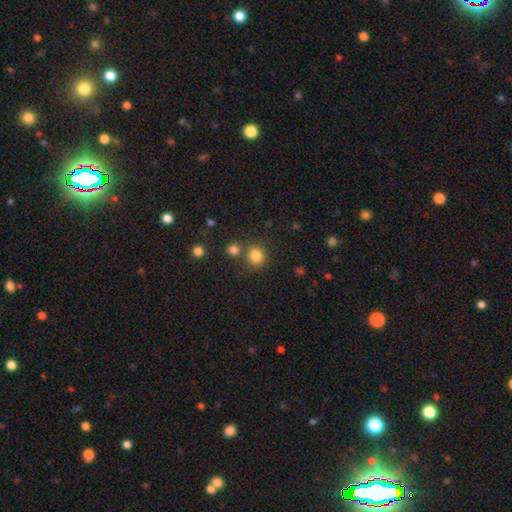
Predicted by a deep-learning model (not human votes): A smooth galaxy with no disk features (82%) that is round (80%).

Vote fractions:
- Smooth or featured? smooth: 82% / star or artifact: 13% / featured or disk: 5%
- How rounded? round: 80% / in between: 19% / cigar-shaped: 1%
- Merging? none: 70% / merger: 17% / minor disturbance: 9% / major disturbance: 3%